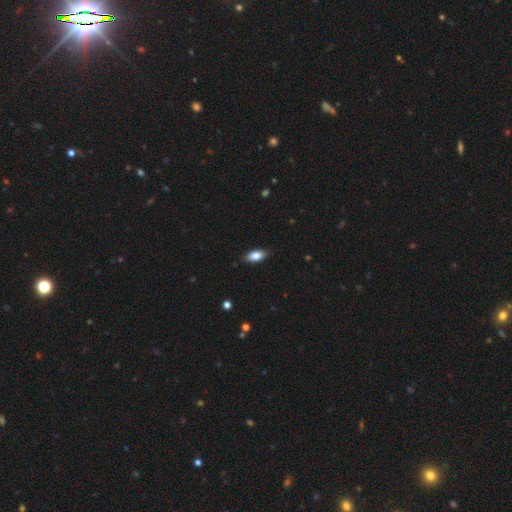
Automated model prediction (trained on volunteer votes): Morphology: type=smooth (82%); roundness=in between (88%); merging=none (85%).